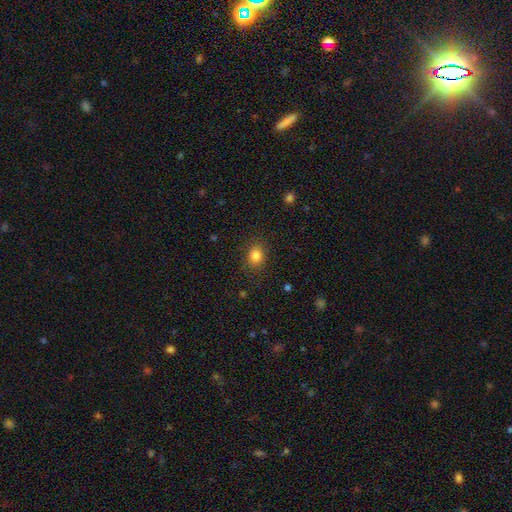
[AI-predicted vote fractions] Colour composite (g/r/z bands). It shows a smooth galaxy with no disk features (83%) that is round (56%). Merging: none (84%).